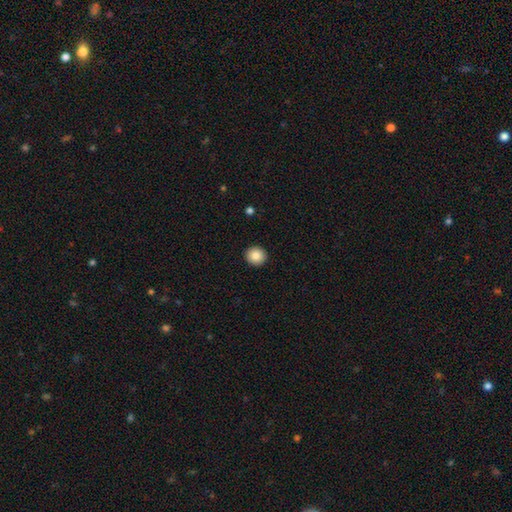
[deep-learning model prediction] A smooth galaxy with no disk features (85%) that is round (92%). Merging: none (93%).